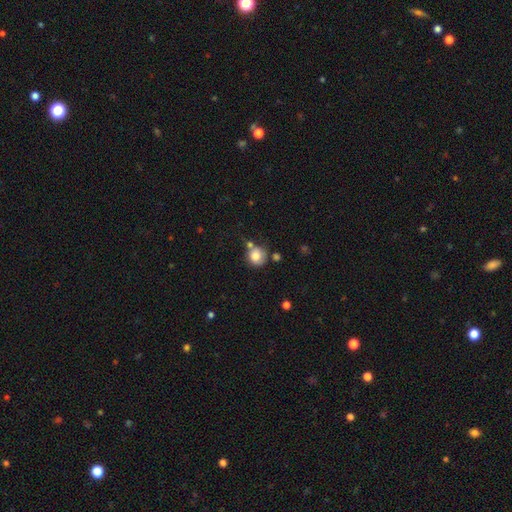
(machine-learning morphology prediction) Overall: smooth (80%). How rounded: round (87%). Merging: none (58%).